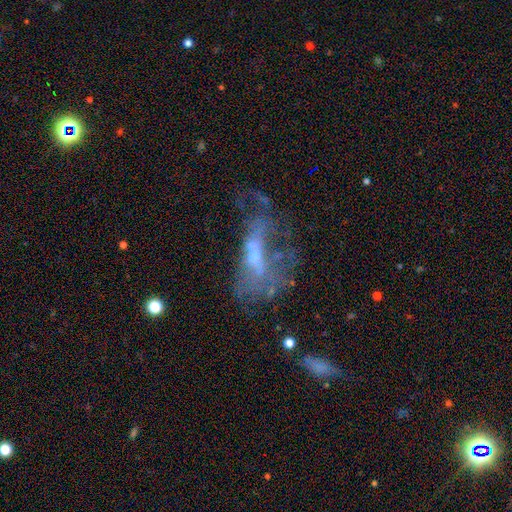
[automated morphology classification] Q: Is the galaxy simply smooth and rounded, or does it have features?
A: featured or disk — 57%.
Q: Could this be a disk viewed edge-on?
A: no — 89%.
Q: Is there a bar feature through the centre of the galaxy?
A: no — 73%.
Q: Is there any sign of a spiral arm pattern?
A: no — 83%.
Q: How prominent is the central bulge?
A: small — 42%.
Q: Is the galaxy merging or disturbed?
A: major disturbance — 43%.